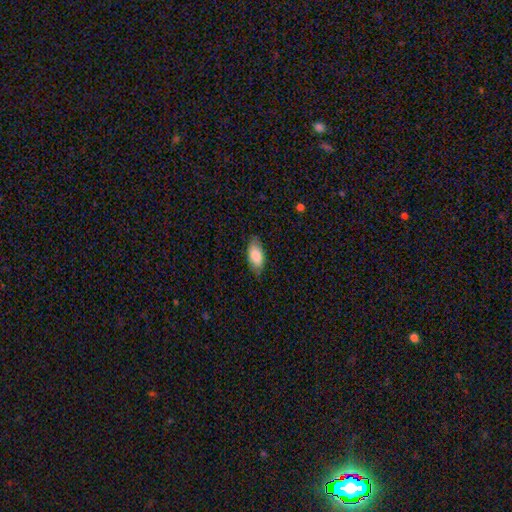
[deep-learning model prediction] A smooth galaxy with no disk features (83%) that is in between round and cigar-shaped (91%). Merging: none (79%).